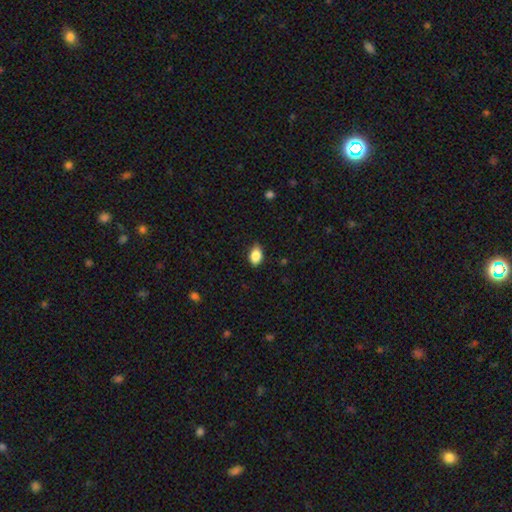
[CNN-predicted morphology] The model was most divided on "merging": none: 80%, minor disturbance: 17%, major disturbance: 2%, merger: 1%. More confident: smooth or featured — smooth (86%); how rounded — in between (86%).